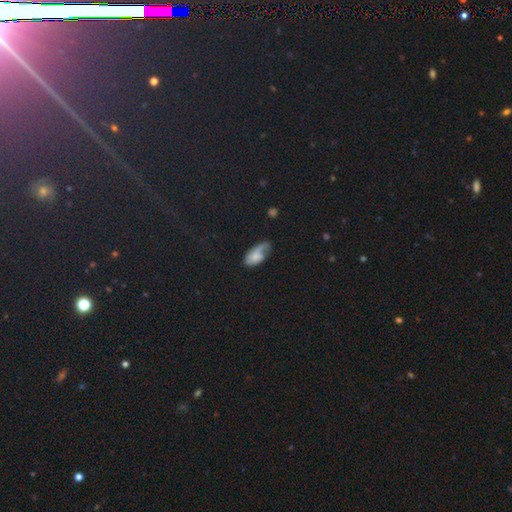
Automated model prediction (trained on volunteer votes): Morphology: type=smooth (58%); roundness=in between (91%); merging=minor disturbance (34%).